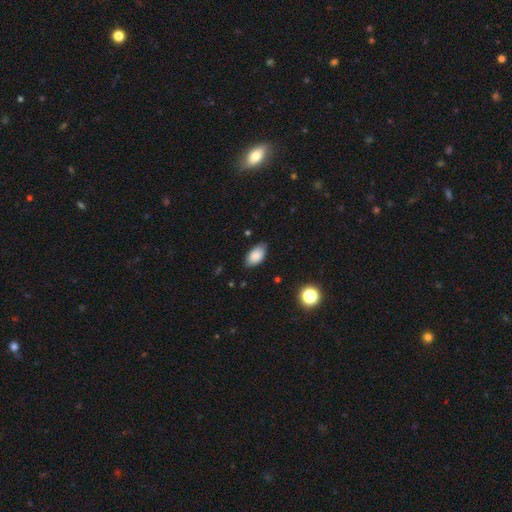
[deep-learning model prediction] The model was most divided on "merging": none: 82%, minor disturbance: 14%, major disturbance: 3%, merger: 1%. More confident: how rounded — in between (94%); smooth or featured — smooth (86%).